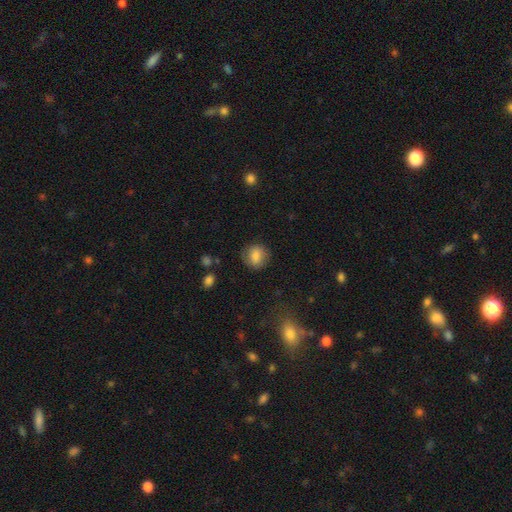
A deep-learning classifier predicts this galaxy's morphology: Smooth or featured? Predicted: smooth (p=0.80). How rounded? Predicted: round (p=0.75). Merging? Predicted: none (p=0.81).